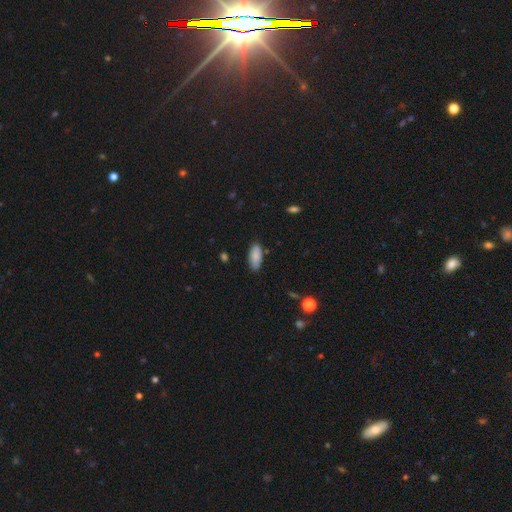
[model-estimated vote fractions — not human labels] This appears to be a smooth galaxy with no disk features (87%) that is in between round and cigar-shaped (83%). Merging: none (84%).